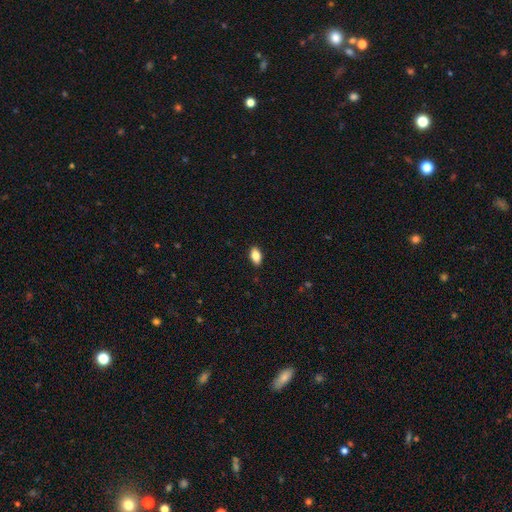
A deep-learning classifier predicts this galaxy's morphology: A smooth galaxy with no disk features (84%) that is in between round and cigar-shaped (91%).

Vote fractions:
- Smooth or featured? smooth: 84% / featured or disk: 8% / star or artifact: 8%
- How rounded? in between: 91% / round: 5% / cigar-shaped: 4%
- Merging? none: 88% / minor disturbance: 9% / major disturbance: 2% / merger: 1%